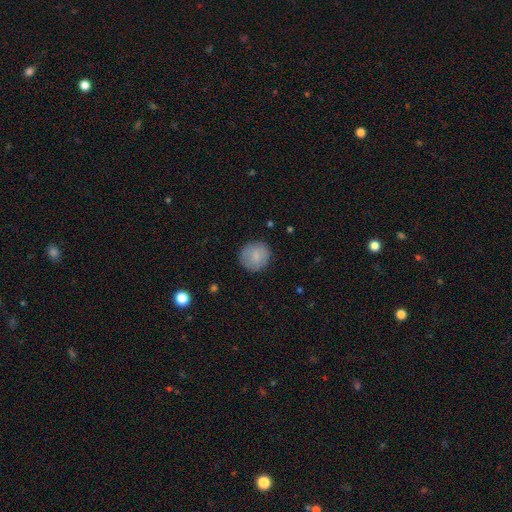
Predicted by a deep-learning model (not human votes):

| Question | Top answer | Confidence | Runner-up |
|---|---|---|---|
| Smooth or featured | smooth | 80% | featured or disk (13%) |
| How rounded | round | 92% | in between (7%) |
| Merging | none | 85% | minor disturbance (11%) |